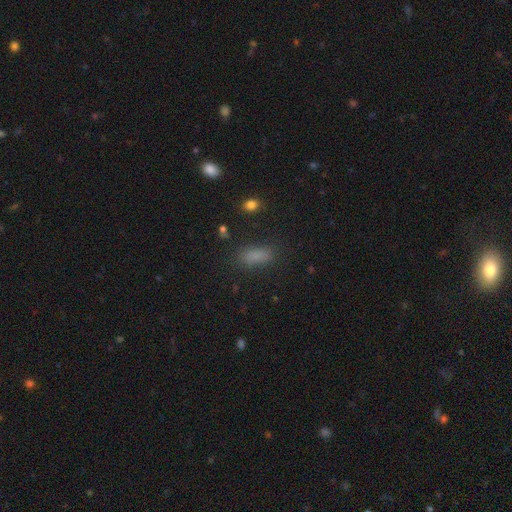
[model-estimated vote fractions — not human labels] The model was most divided on "how rounded": in between: 75%, cigar-shaped: 20%, round: 4%. More confident: smooth or featured — smooth (79%); merging — none (77%).